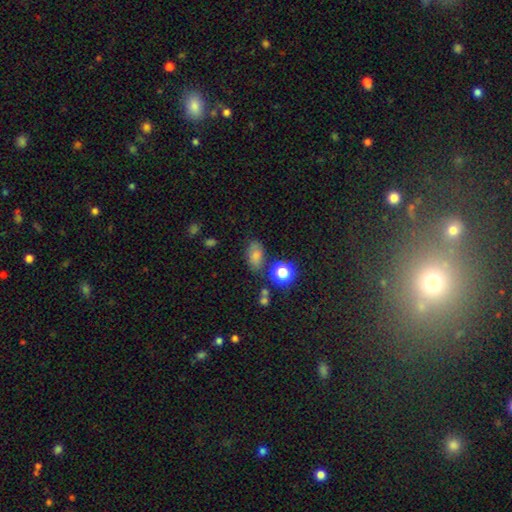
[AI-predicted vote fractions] A smooth galaxy with no disk features (72%) that is in between round and cigar-shaped (82%). Merging: none (68%).